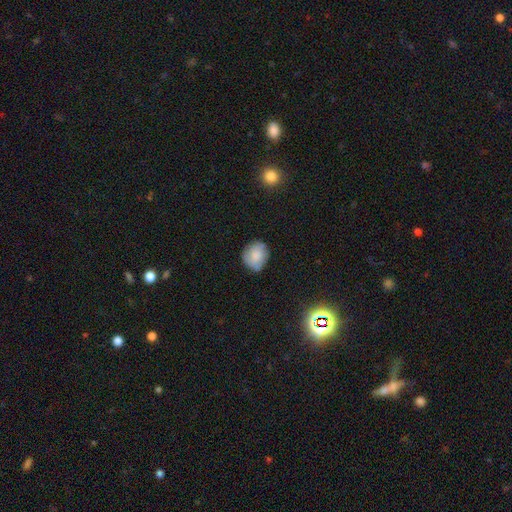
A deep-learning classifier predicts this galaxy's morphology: This appears to be a smooth galaxy with no disk features (71%) that is round (71%). Merging: none (72%).